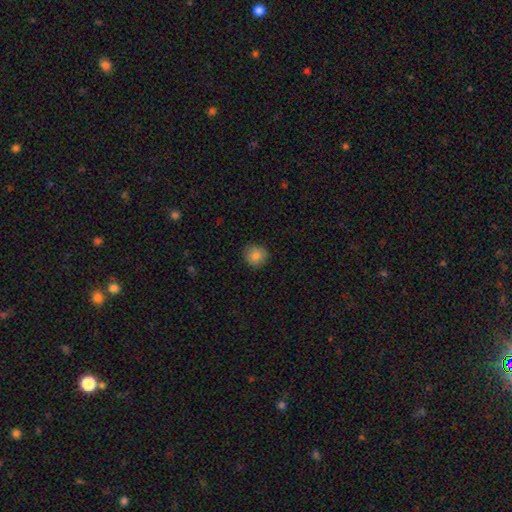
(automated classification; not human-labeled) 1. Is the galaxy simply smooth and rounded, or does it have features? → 84% smooth, 9% star or artifact, 6% featured or disk.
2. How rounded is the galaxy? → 87% round, 12% in between, 1% cigar-shaped.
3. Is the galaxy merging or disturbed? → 88% none, 9% minor disturbance, 2% major disturbance, 1% merger.